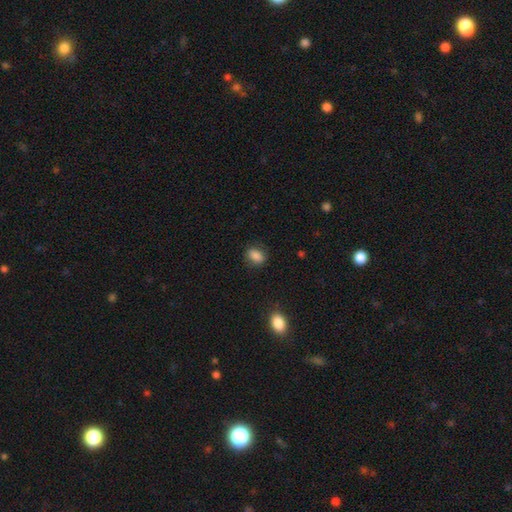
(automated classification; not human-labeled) Morphology: type=smooth (85%); roundness=in between (73%); merging=none (81%).